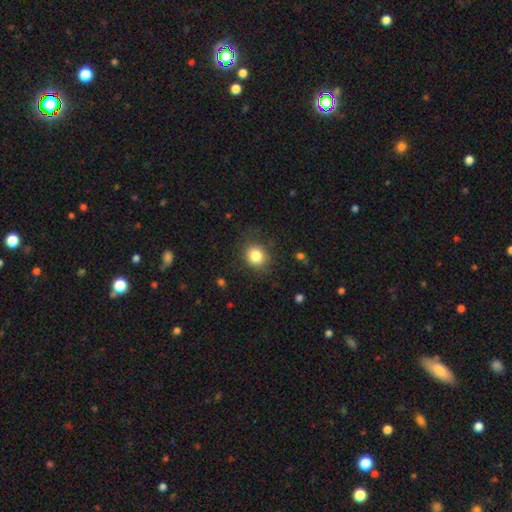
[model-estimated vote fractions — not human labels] Smooth or featured? smooth (83%)
How rounded? round (78%)
Merging? none (79%)